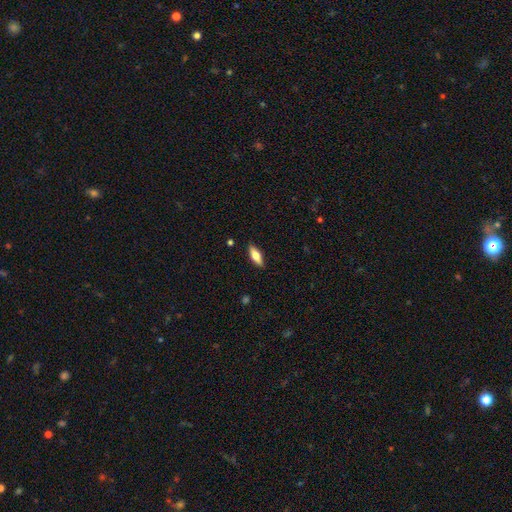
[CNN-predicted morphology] Smooth or featured: smooth — 65% (featured or disk — 29%)
How rounded: in between — 64% (cigar-shaped — 34%)
Merging: none — 88% (minor disturbance — 9%)